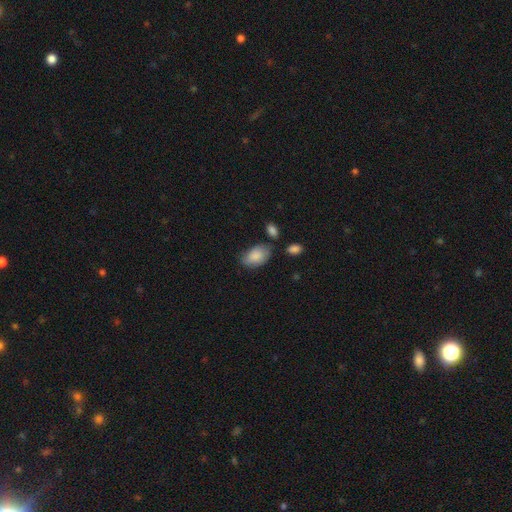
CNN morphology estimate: This is clearly a smooth galaxy (83%). How rounded: clearly in between (92%). Merging: possibly none (60%).